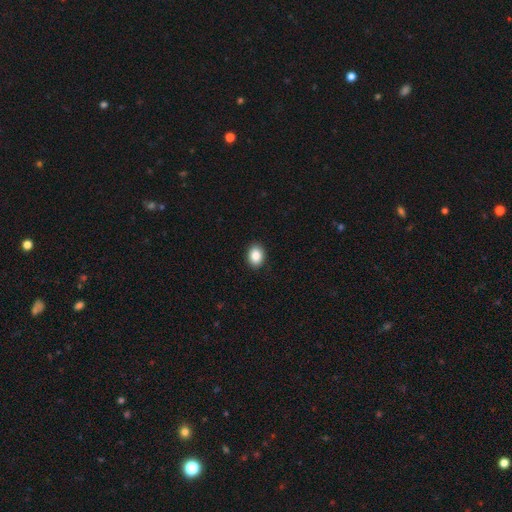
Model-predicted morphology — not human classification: Q: Smooth or featured?
A: smooth (87%); runner-up: star or artifact (8%)
Q: How rounded?
A: in between (64%); runner-up: round (35%)
Q: Merging?
A: none (91%); runner-up: minor disturbance (6%)